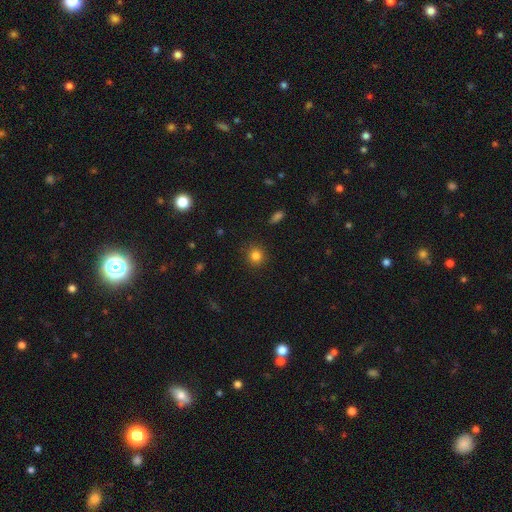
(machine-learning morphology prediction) Smooth or featured? smooth (83%)
How rounded? round (89%)
Merging? none (90%)